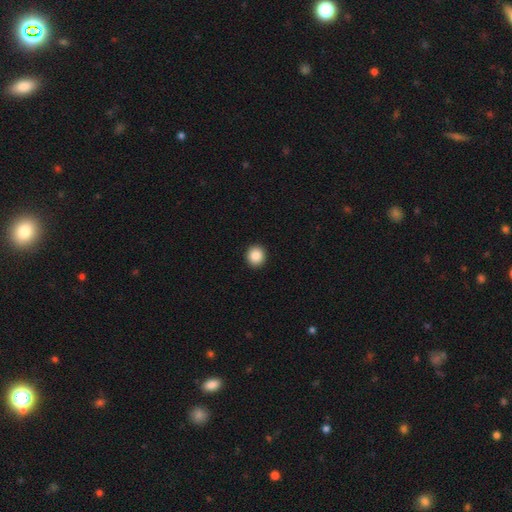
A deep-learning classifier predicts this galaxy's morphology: Overall: smooth (88%). How rounded: round (88%). Merging: none (93%).